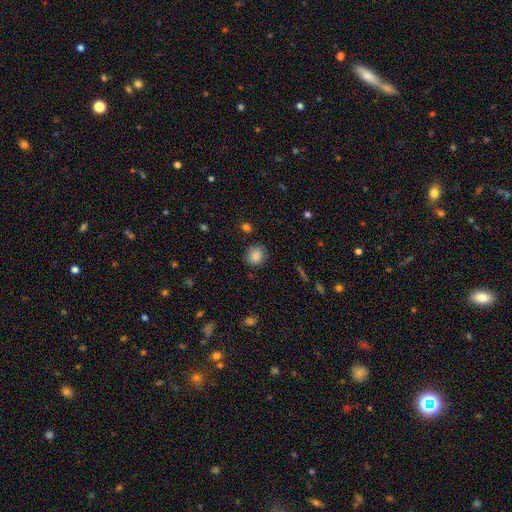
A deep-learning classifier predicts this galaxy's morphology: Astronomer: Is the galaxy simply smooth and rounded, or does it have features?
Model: smooth — 86%.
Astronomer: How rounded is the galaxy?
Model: round — 72%.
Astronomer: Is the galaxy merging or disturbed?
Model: none — 81%.